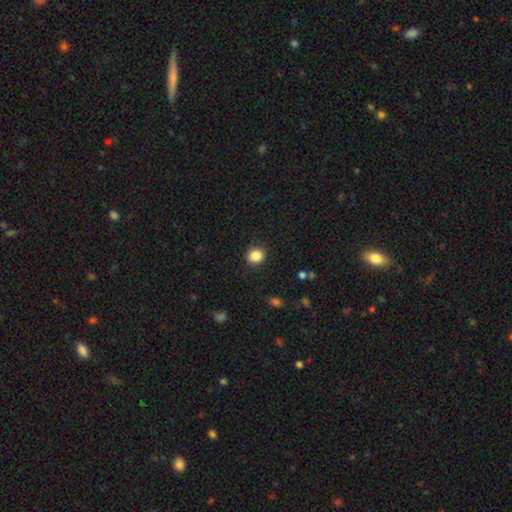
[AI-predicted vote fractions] This appears to be a smooth galaxy with no disk features (87%) that is round (75%). Merging: none (89%).